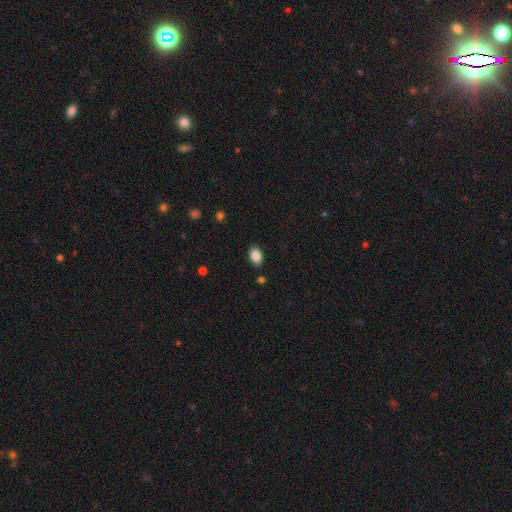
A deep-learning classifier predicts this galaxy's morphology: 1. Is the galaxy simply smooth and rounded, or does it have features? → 87% smooth, 8% star or artifact, 5% featured or disk.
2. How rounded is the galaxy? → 89% in between, 10% round, 1% cigar-shaped.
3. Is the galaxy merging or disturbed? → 86% none, 9% minor disturbance, 2% major disturbance, 2% merger.